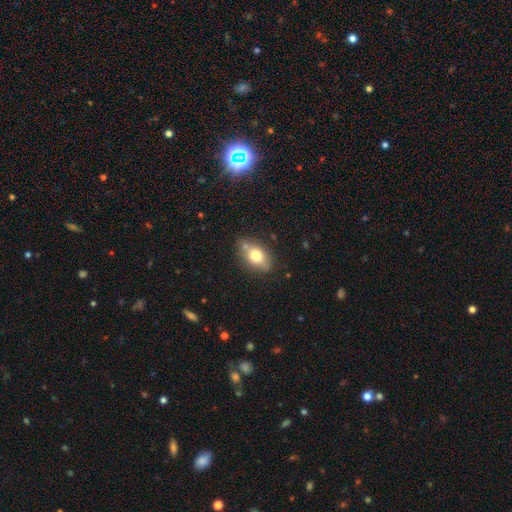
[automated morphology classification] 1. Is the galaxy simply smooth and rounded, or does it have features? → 73% smooth, 19% featured or disk, 9% star or artifact.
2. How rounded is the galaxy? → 81% in between, 16% round, 3% cigar-shaped.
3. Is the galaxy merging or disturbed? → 68% none, 17% minor disturbance, 11% merger, 4% major disturbance.